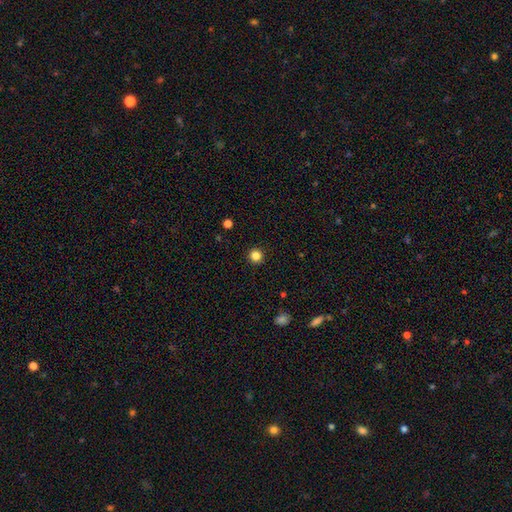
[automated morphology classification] This appears to be a smooth galaxy with no disk features (84%) that is round (96%). Merging: none (93%).